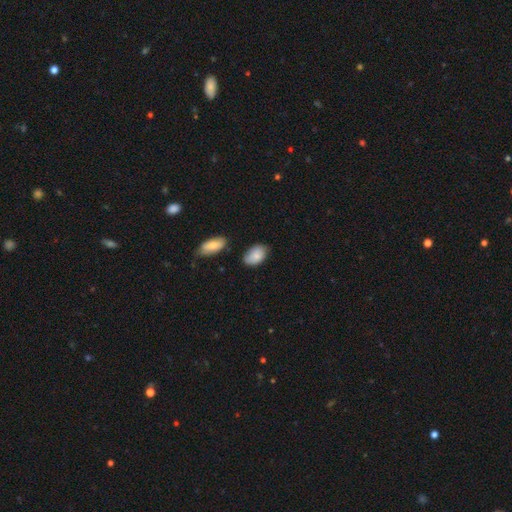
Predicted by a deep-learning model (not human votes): smooth-or-featured: smooth: 84% | featured or disk: 10% | star or artifact: 6%
  how-rounded: in between: 91% | round: 8% | cigar-shaped: 1%
  merging: none: 68% | minor disturbance: 22% | merger: 5% | major disturbance: 4%